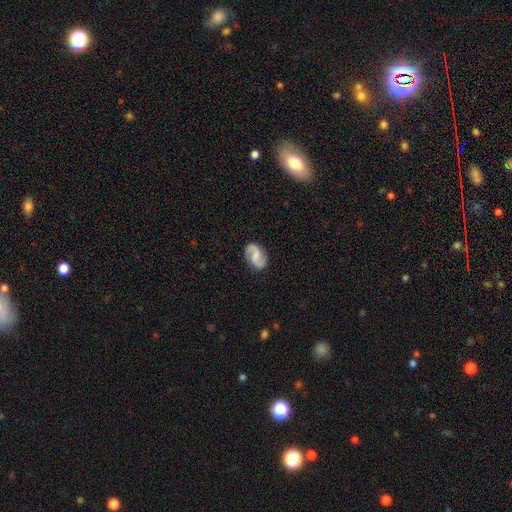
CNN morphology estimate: Smooth or featured: featured or disk — 79% (smooth — 15%)
Edge-on disk: no — 98% (yes — 2%)
Bar: weak — 48% (no — 36%)
Spiral arms: yes — 96% (no — 4%)
Spiral winding: medium — 44% (loose — 41%)
Spiral arm count: 2 — 92% (1 — 3%)
Bulge size: none — 45% (small — 27%)
Merging: none — 84% (minor disturbance — 11%)